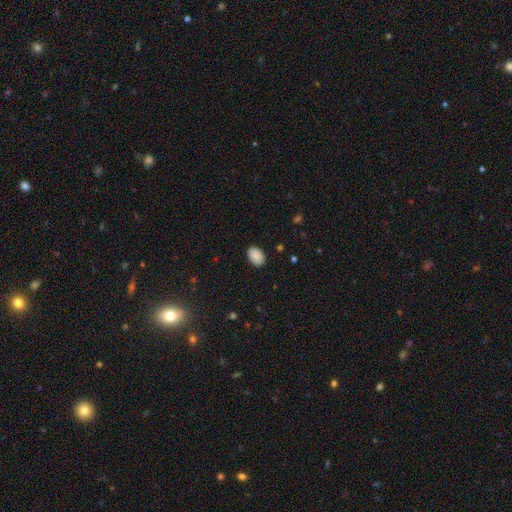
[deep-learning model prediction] Morphology: type=smooth (88%); roundness=in between (85%); merging=none (86%).